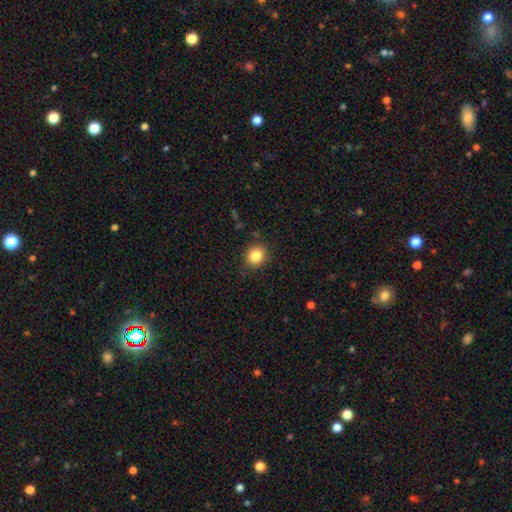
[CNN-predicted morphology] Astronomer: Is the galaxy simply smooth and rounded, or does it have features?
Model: smooth — 84%.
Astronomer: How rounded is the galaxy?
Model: round — 73%.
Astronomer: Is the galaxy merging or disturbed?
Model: none — 86%.